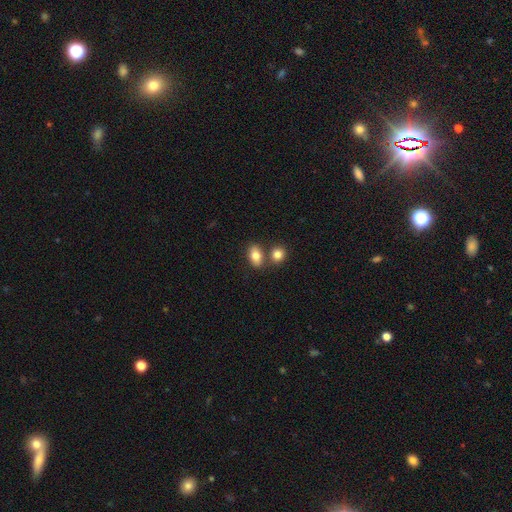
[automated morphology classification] The model was most divided on "merging": none: 61%, merger: 25%, minor disturbance: 11%, major disturbance: 3%. More confident: smooth or featured — smooth (83%); how rounded — in between (83%).